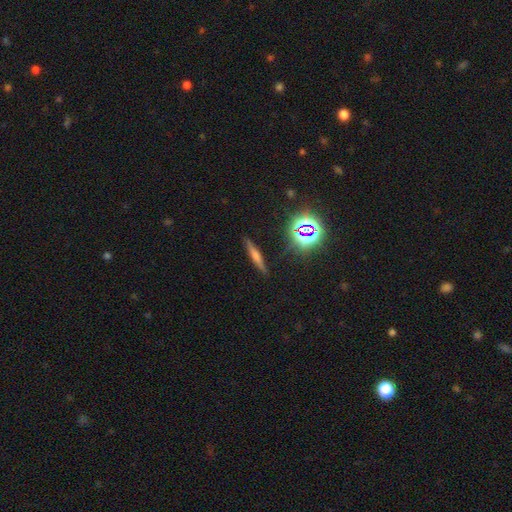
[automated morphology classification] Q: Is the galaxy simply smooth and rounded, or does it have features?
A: featured or disk — 41%.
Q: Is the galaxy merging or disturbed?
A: none — 88%.